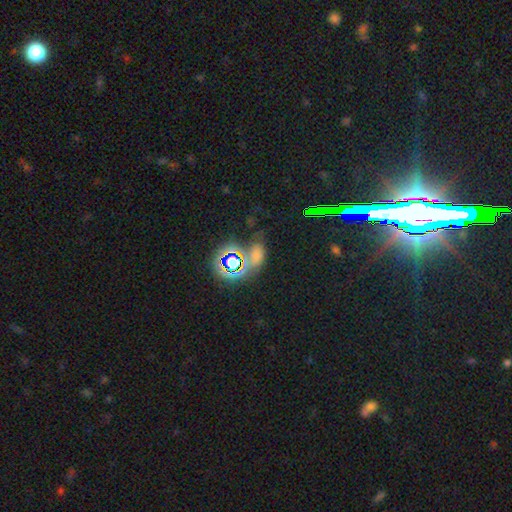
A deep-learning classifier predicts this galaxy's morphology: star or artifact 47%, smooth 41%, featured or disk 11%.